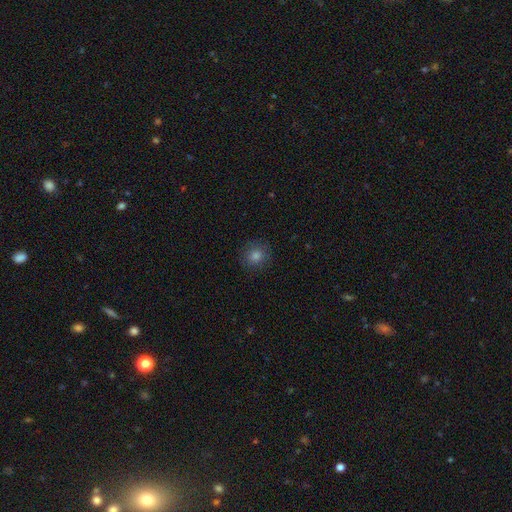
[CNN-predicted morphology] Smooth or featured?
  - smooth: 77% *
  - star or artifact: 16%
  - featured or disk: 8%
How rounded?
  - round: 88% *
  - in between: 11%
  - cigar-shaped: 1%
Merging?
  - none: 88% *
  - minor disturbance: 8%
  - major disturbance: 2%
  - merger: 1%